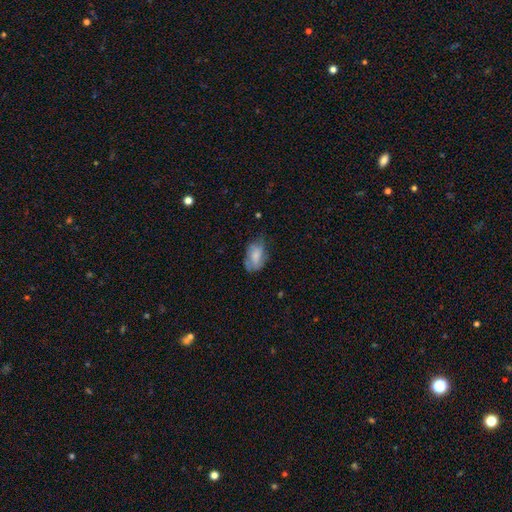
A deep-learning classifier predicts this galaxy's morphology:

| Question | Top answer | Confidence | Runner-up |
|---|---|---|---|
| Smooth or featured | smooth | 67% | featured or disk (25%) |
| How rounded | in between | 89% | round (9%) |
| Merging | none | 48% | minor disturbance (35%) |